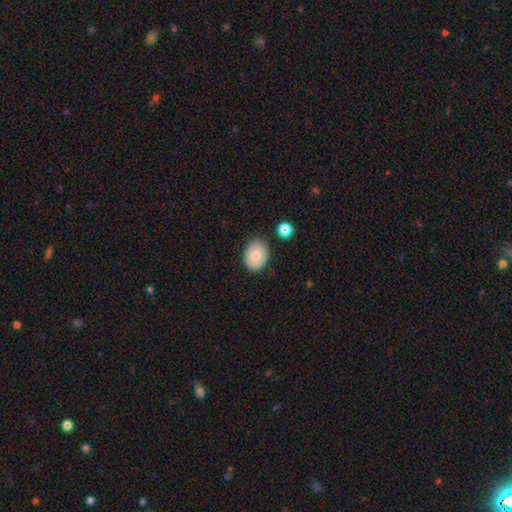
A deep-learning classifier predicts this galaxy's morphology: Smooth or featured? smooth (80%)
How rounded? in between (60%)
Merging? none (78%)